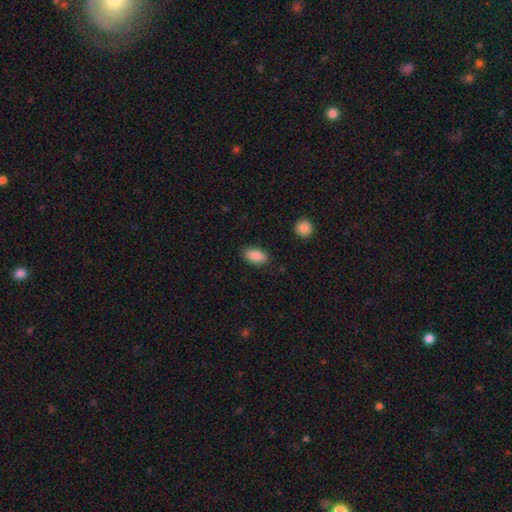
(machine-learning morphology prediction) Q: Smooth or featured?
A: smooth (88%); runner-up: star or artifact (7%)
Q: How rounded?
A: in between (91%); runner-up: round (5%)
Q: Merging?
A: none (86%); runner-up: minor disturbance (10%)